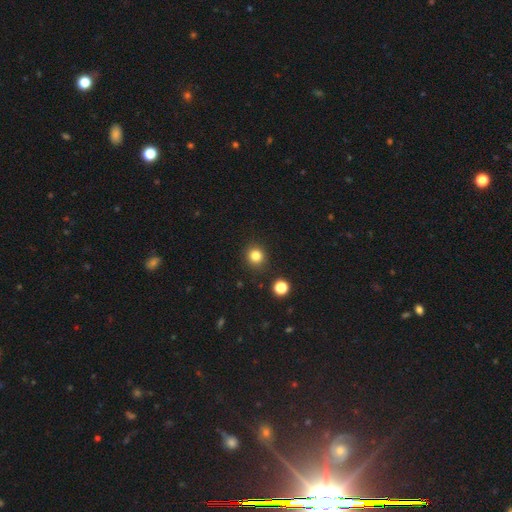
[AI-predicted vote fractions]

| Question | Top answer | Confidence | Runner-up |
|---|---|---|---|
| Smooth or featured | smooth | 83% | star or artifact (13%) |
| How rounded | round | 90% | in between (9%) |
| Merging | none | 90% | minor disturbance (6%) |